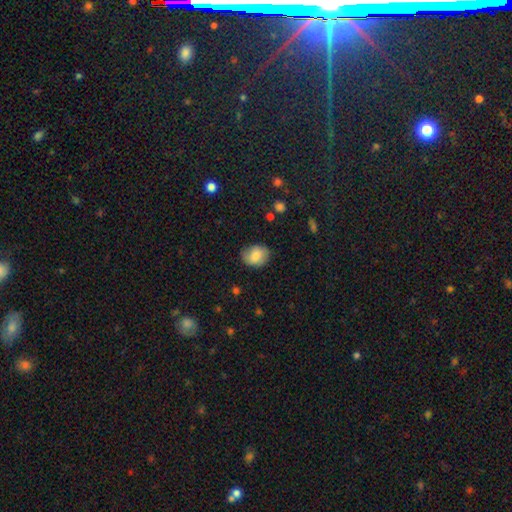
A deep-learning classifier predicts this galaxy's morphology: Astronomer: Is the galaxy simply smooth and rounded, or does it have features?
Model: smooth — 78%.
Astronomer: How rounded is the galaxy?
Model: in between — 56% (runner-up: round, 43%).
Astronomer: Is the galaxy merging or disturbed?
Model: none — 75%.